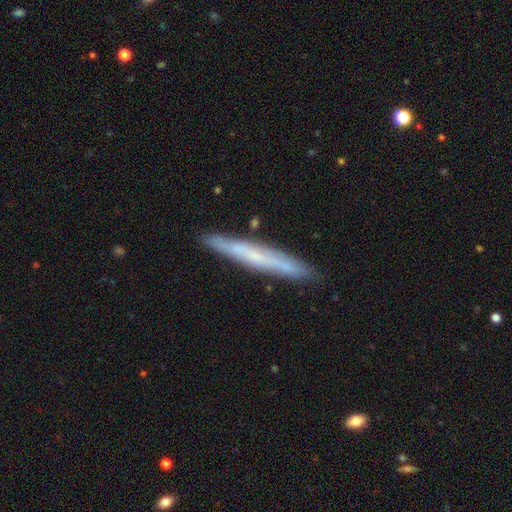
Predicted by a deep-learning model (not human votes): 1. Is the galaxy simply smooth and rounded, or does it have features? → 51% featured or disk, 42% smooth, 7% star or artifact.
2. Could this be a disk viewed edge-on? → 89% yes, 11% no.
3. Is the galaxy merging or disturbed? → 88% none, 9% minor disturbance, 2% major disturbance, 1% merger.